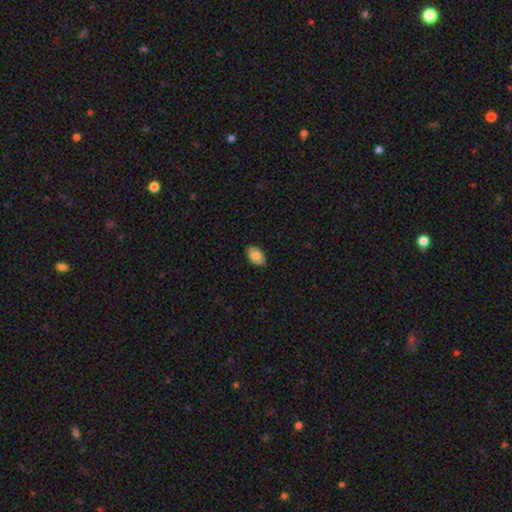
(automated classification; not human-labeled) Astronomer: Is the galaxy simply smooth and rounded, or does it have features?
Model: smooth — 83%.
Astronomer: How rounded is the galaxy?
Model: in between — 93%.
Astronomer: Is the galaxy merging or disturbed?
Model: none — 89%.